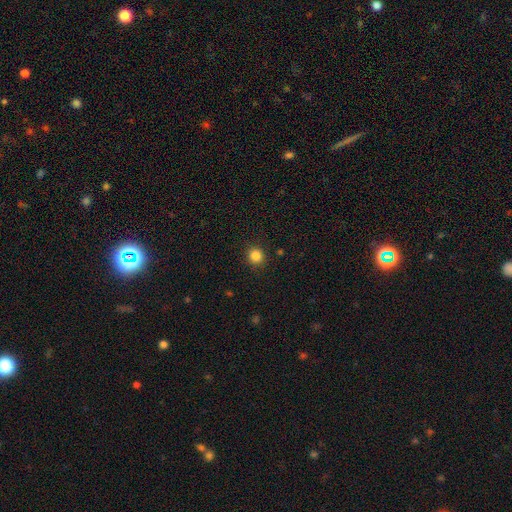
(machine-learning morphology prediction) This appears to be a smooth galaxy with no disk features (85%) that is round (90%). Merging: none (91%).